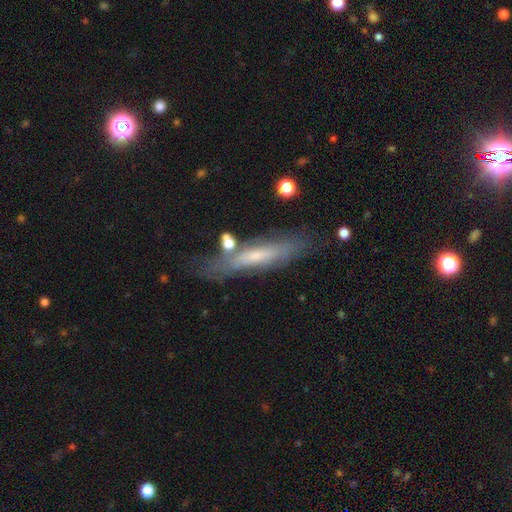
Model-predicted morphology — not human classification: featured or disk 47%, smooth 45%, star or artifact 8%. Down the decision tree: merging — none (64%).